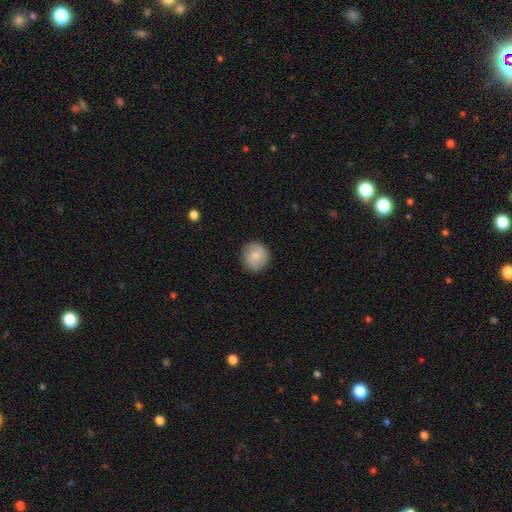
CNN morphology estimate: Q: Smooth or featured?
A: featured or disk (49%); runner-up: smooth (44%)
Q: Merging?
A: none (86%); runner-up: minor disturbance (10%)